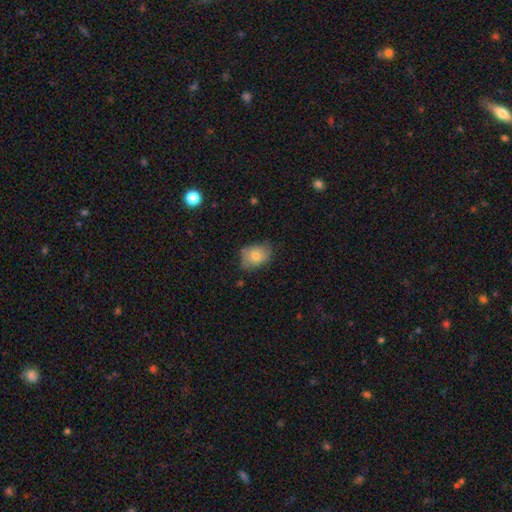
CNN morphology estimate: Smooth or featured: smooth — 69% (featured or disk — 23%)
How rounded: in between — 70% (round — 29%)
Merging: none — 65% (minor disturbance — 28%)